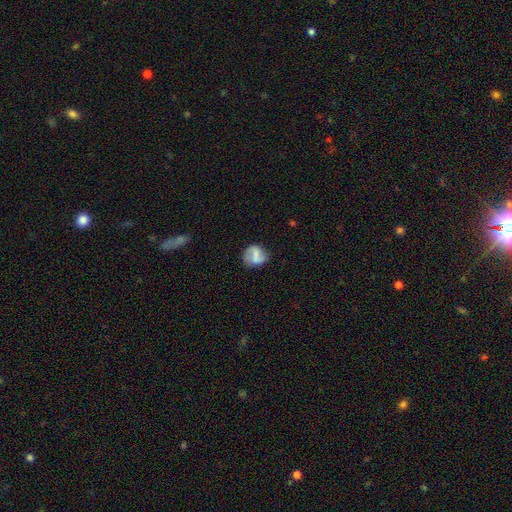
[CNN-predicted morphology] Q: Smooth or featured?
A: featured or disk (50%); runner-up: smooth (42%)
Q: Merging?
A: none (68%); runner-up: minor disturbance (20%)